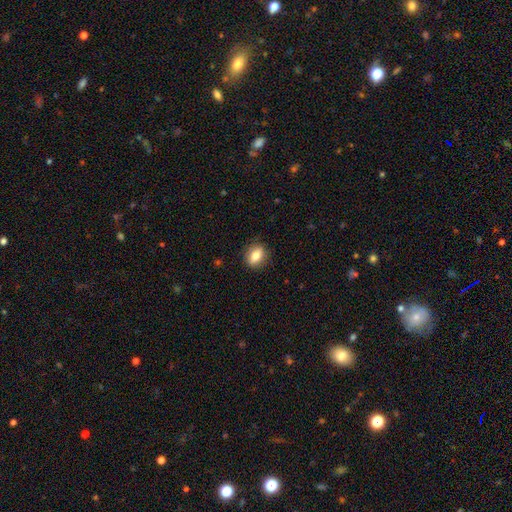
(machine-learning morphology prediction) This is likely a smooth galaxy (75%). How rounded: possibly in between (58%). Merging: clearly none (87%).